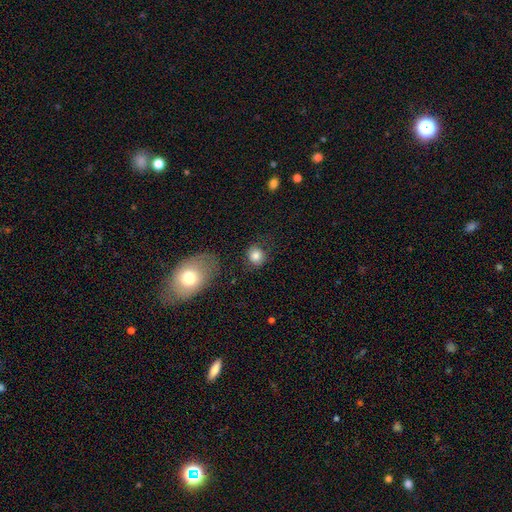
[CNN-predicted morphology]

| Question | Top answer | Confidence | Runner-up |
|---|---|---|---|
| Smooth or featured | smooth | 82% | star or artifact (10%) |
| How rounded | round | 83% | in between (16%) |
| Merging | none | 76% | minor disturbance (14%) |